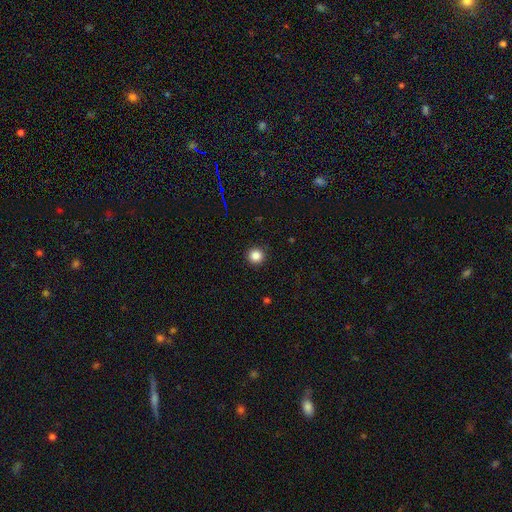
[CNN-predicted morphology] This appears to be a smooth galaxy with no disk features (86%) that is round (95%). Merging: none (92%).